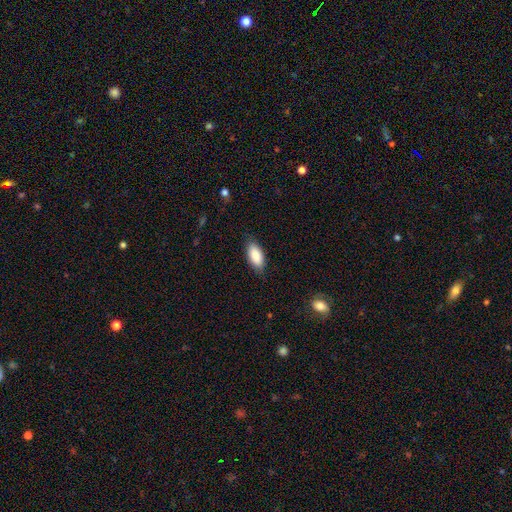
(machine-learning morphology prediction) Smooth or featured? smooth (88%)
How rounded? in between (90%)
Merging? none (83%)